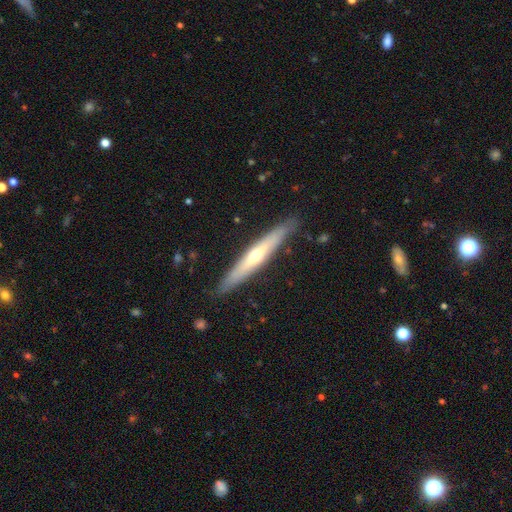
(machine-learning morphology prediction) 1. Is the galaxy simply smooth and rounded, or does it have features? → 59% featured or disk, 36% smooth, 5% star or artifact.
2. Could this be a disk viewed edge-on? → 91% yes, 9% no.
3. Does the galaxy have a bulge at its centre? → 78% rounded, 19% none, 3% boxy.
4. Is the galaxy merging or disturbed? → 88% none, 9% minor disturbance, 2% major disturbance, 1% merger.